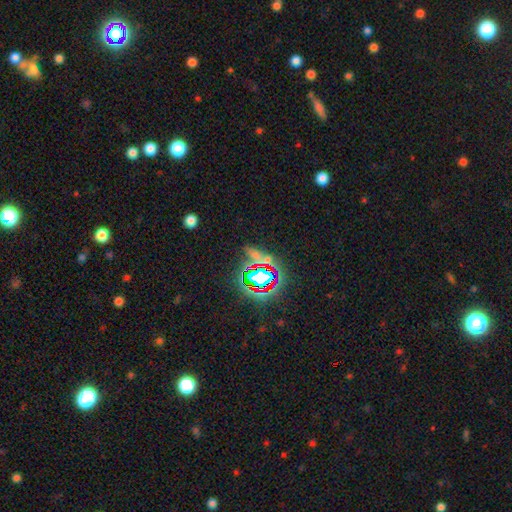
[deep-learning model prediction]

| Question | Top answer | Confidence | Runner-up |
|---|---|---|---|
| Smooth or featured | star or artifact | 60% | smooth (26%) |